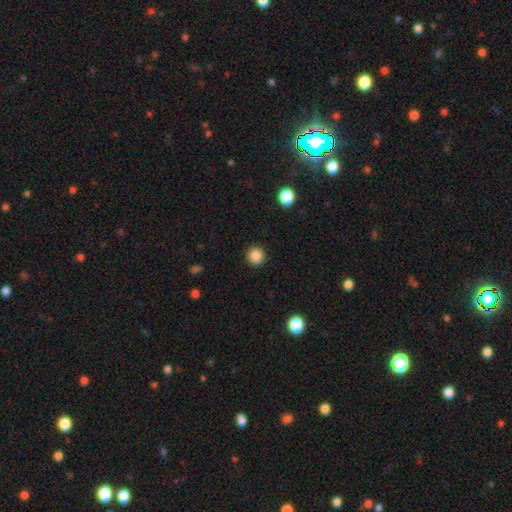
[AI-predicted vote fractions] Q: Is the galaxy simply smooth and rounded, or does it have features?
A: smooth — 86%.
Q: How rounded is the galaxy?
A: round — 94%.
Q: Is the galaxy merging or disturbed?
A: none — 92%.